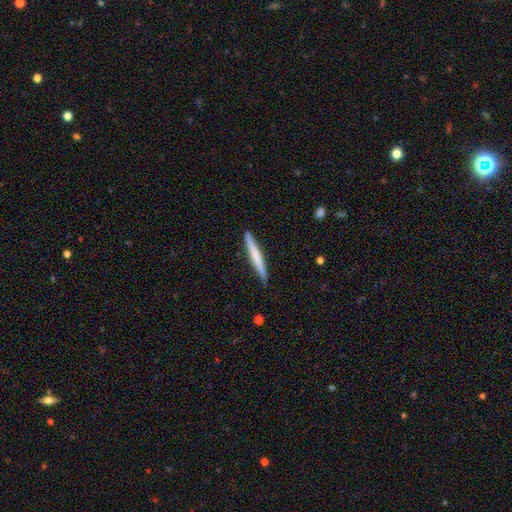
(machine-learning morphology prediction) Q: Smooth or featured?
A: smooth (56%); runner-up: featured or disk (38%)
Q: How rounded?
A: cigar-shaped (97%); runner-up: in between (2%)
Q: Merging?
A: none (88%); runner-up: minor disturbance (10%)